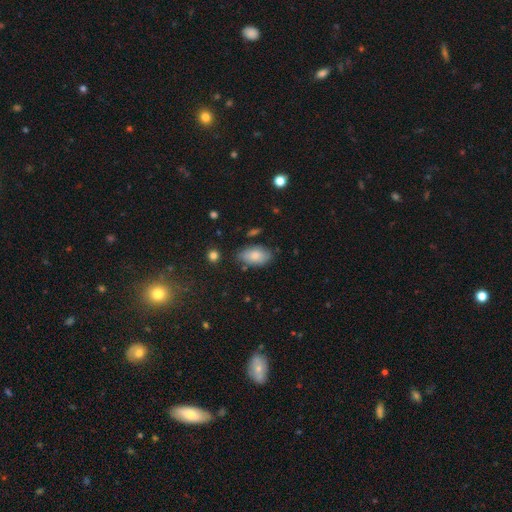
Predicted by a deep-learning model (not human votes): This appears to be a smooth galaxy with no disk features (78%) that is in between round and cigar-shaped (92%). Merging: none (73%).